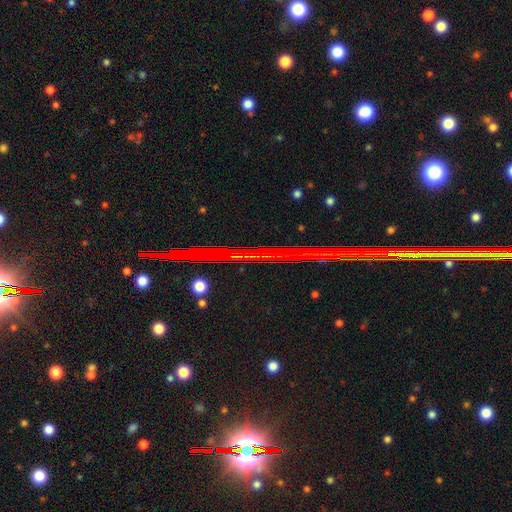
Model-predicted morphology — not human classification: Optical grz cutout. It shows a star or artifact, not a galaxy (73%).